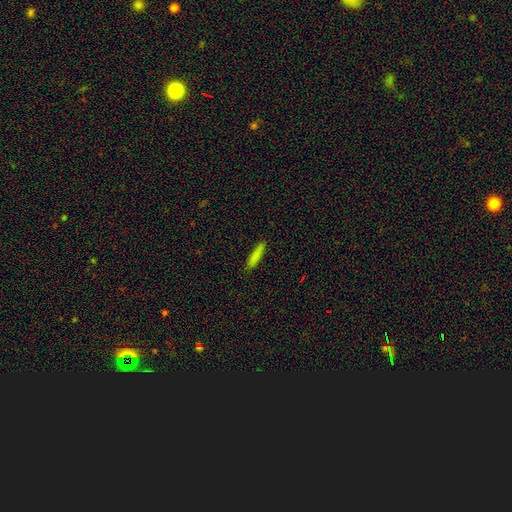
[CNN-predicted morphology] smooth_or_featured: smooth (p=0.83) [alt: featured or disk p=0.09]
how_rounded: cigar-shaped (p=0.88) [alt: in between p=0.11]
merging: none (p=0.88) [alt: minor disturbance p=0.09]